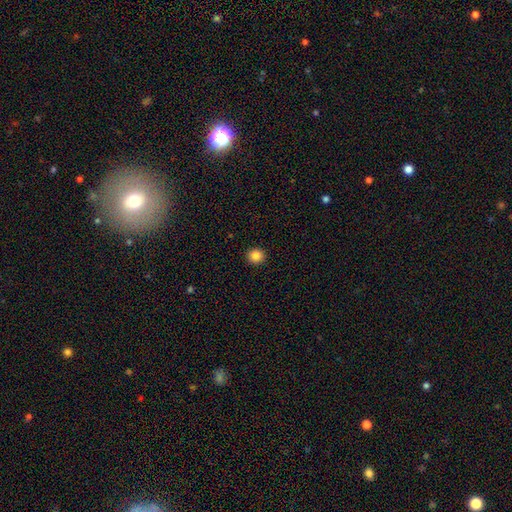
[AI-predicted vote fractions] The model was most divided on "smooth or featured": smooth: 86%, star or artifact: 11%, featured or disk: 4%. More confident: merging — none (93%); how rounded — round (91%).